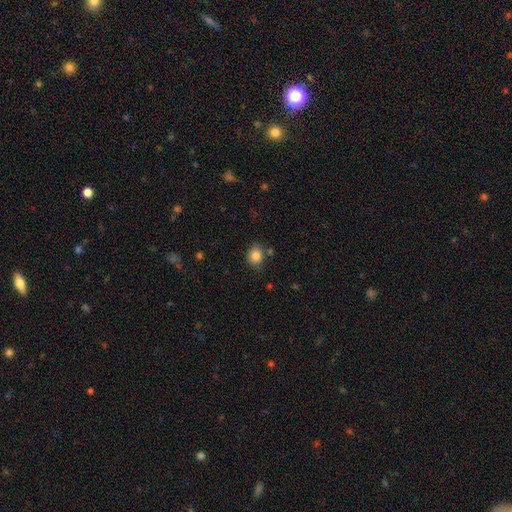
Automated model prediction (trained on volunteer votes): Overall: smooth (84%). How rounded: round (62%; in between 37%). Merging: none (79%).